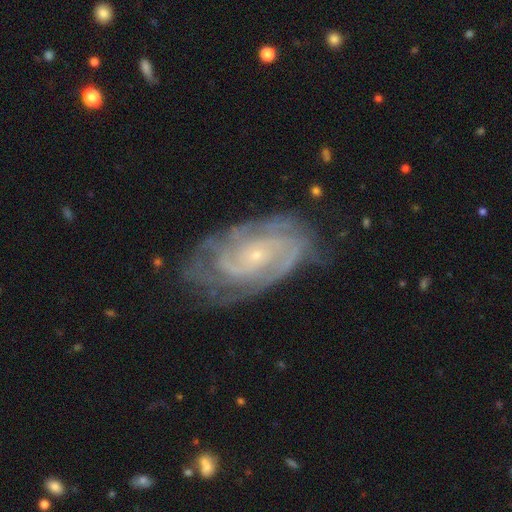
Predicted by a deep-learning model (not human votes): smooth-or-featured: featured or disk: 87% | smooth: 7% | star or artifact: 6%
  disk-edge-on: no: 96% | yes: 4%
    bar: no: 70% | weak: 23% | strong: 7%
    has-spiral-arms: yes: 96% | no: 4%
      spiral-winding: tight: 68% | medium: 27% | loose: 5%
      spiral-arm-count: 2: 33% | can't tell: 28% | 3: 17% | 4: 11% | more than 4: 6% | 1: 5%
    bulge-size: small: 85% | moderate: 11% | none: 2% | large: 1% | dominant: 1%
  merging: none: 70% | minor disturbance: 21% | major disturbance: 8% | merger: 2%